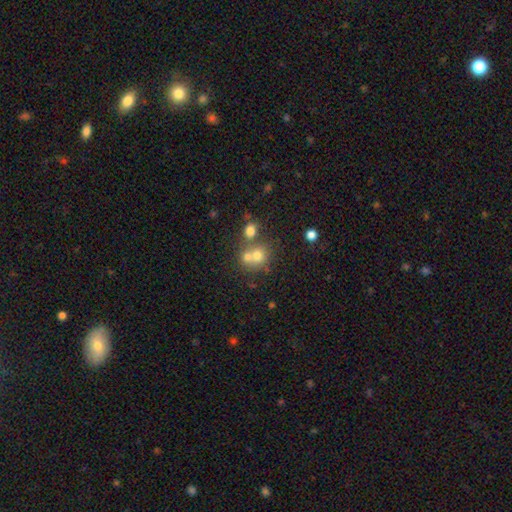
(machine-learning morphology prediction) Overall: smooth (67%). How rounded: round (77%). Merging: merger (50%; none 39%).